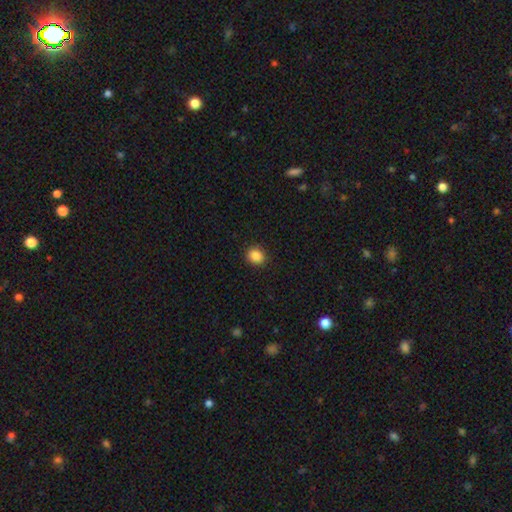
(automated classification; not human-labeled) Smooth or featured? smooth (87%)
How rounded? round (69%)
Merging? none (91%)